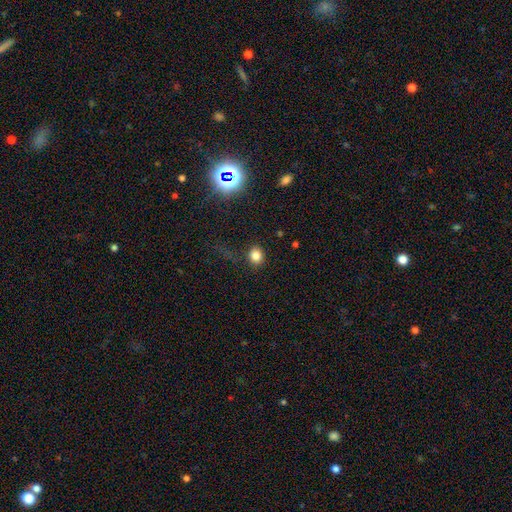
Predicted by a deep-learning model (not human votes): A smooth galaxy with no disk features (80%) that is round (65%).

Vote fractions:
- Smooth or featured? smooth: 80% / star or artifact: 14% / featured or disk: 5%
- How rounded? round: 65% / in between: 34% / cigar-shaped: 1%
- Merging? none: 82% / minor disturbance: 11% / major disturbance: 5% / merger: 2%